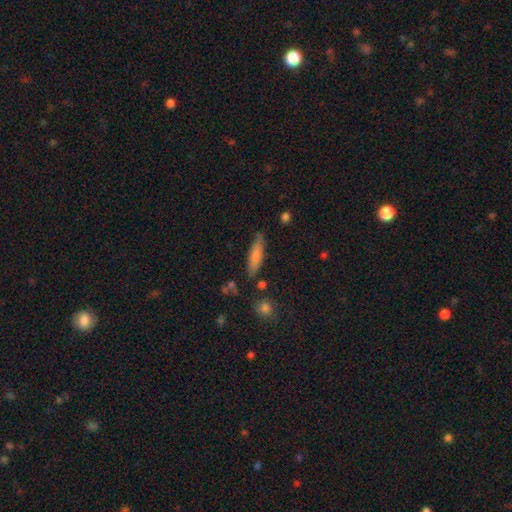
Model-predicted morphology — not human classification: Smooth or featured: smooth — 77% (featured or disk — 16%)
How rounded: cigar-shaped — 75% (in between — 23%)
Merging: none — 80% (minor disturbance — 14%)